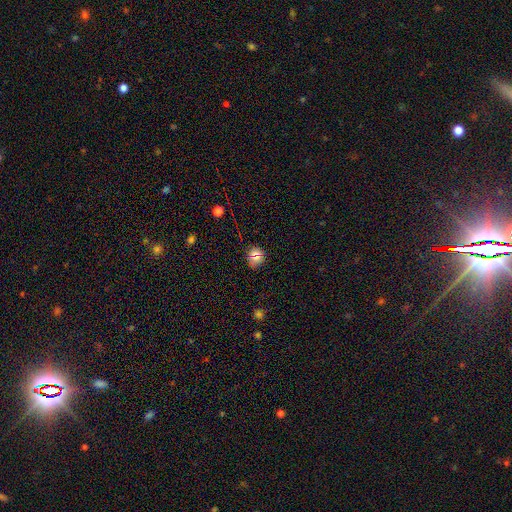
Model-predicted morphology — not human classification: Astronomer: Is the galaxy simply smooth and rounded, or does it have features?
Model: smooth — 68%.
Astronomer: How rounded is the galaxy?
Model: round — 82%.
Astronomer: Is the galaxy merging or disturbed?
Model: none — 85%.